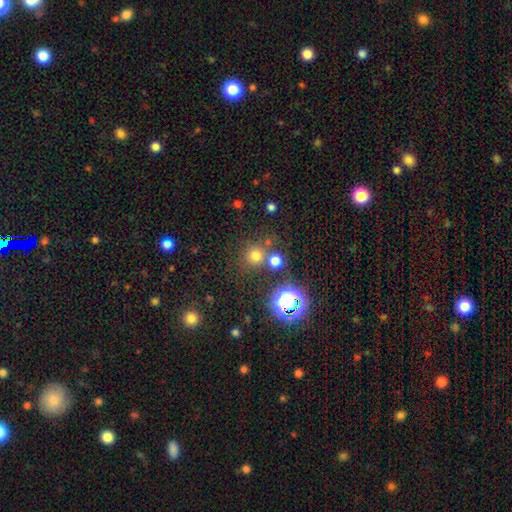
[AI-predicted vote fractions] Q: Smooth or featured?
A: smooth (69%); runner-up: star or artifact (24%)
Q: How rounded?
A: round (91%); runner-up: in between (8%)
Q: Merging?
A: none (72%); runner-up: merger (16%)